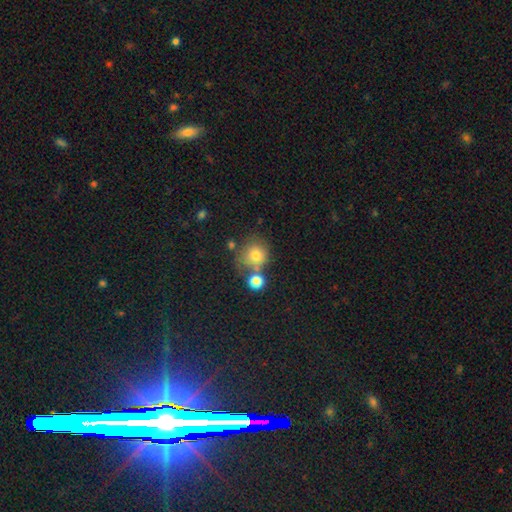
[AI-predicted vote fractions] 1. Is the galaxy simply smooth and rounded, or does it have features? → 76% smooth, 13% star or artifact, 11% featured or disk.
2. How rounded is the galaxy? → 87% round, 12% in between, 1% cigar-shaped.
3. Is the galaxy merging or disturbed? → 57% none, 24% merger, 13% minor disturbance, 6% major disturbance.